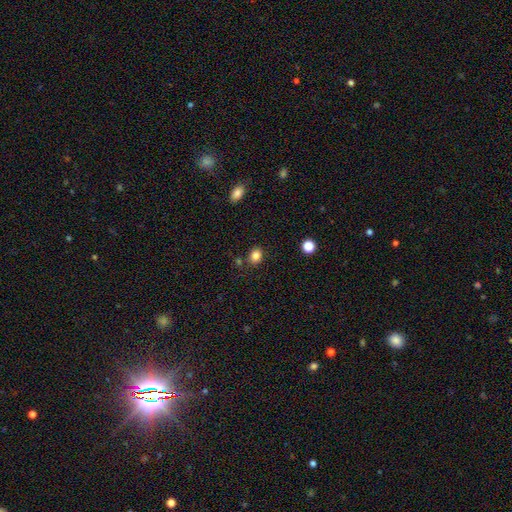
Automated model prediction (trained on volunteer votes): The model was most divided on "how rounded": round: 50%, in between: 49%, cigar-shaped: 1%. More confident: smooth or featured — smooth (84%); merging — none (80%).